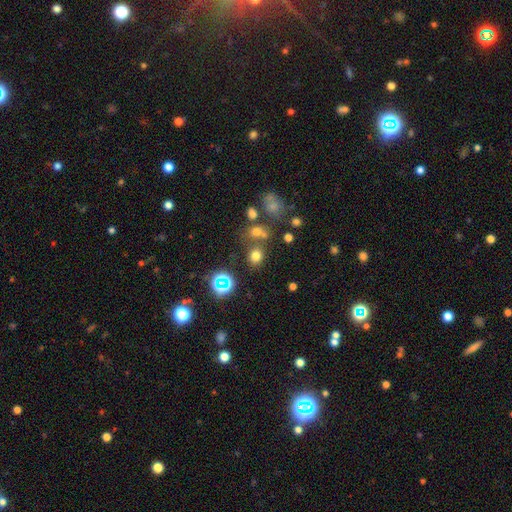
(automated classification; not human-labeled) This is likely a smooth galaxy (68%). How rounded: likely round (72%). Merging: likely none (69%).